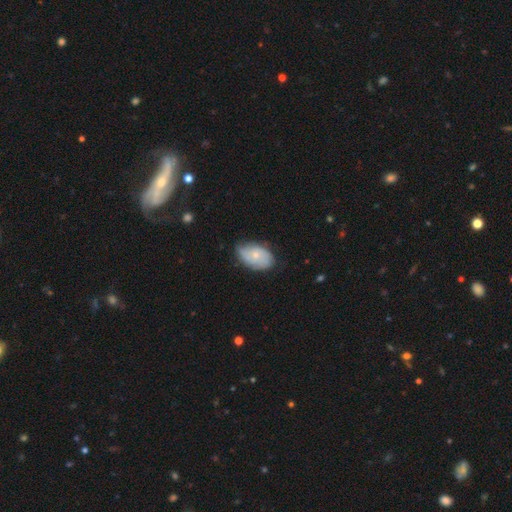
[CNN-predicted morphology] The model was most divided on "smooth or featured": smooth: 47%, featured or disk: 46%, star or artifact: 7%. More confident: merging — none (64%).